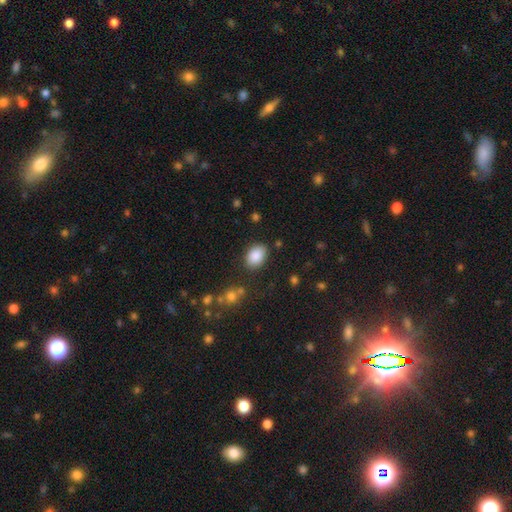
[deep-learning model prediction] Smooth or featured: smooth — 88% (star or artifact — 8%)
How rounded: in between — 80% (round — 19%)
Merging: none — 82% (minor disturbance — 12%)